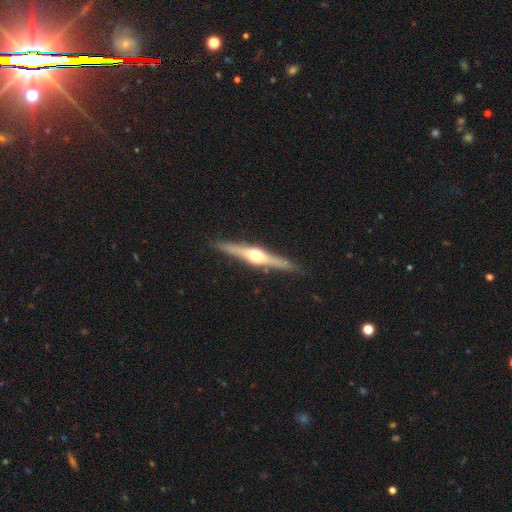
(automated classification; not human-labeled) Q: Smooth or featured?
A: featured or disk (76%); runner-up: smooth (19%)
Q: Edge-on disk?
A: yes (98%); runner-up: no (2%)
Q: Edge-on bulge?
A: rounded (94%); runner-up: boxy (4%)
Q: Merging?
A: none (90%); runner-up: minor disturbance (7%)